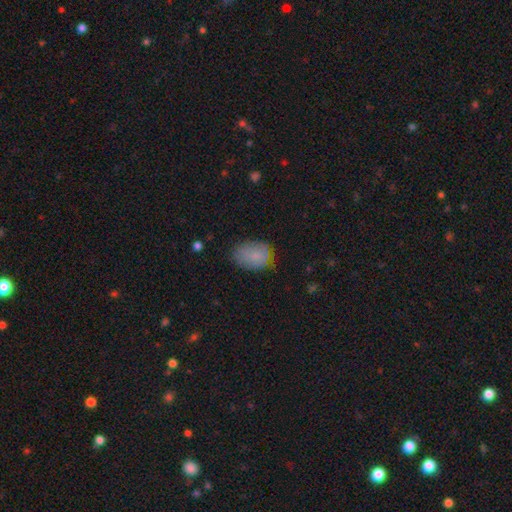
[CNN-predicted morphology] type=smooth (79%); roundness=in between (84%); merging=none (74%).